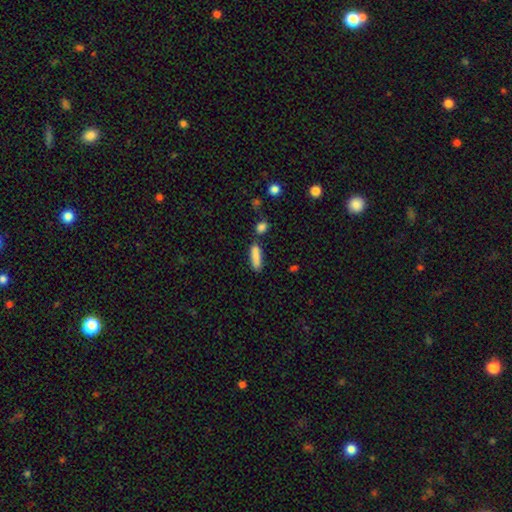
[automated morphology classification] A smooth galaxy with no disk features (85%) that is cigar-shaped (66%). Merging: none (71%).